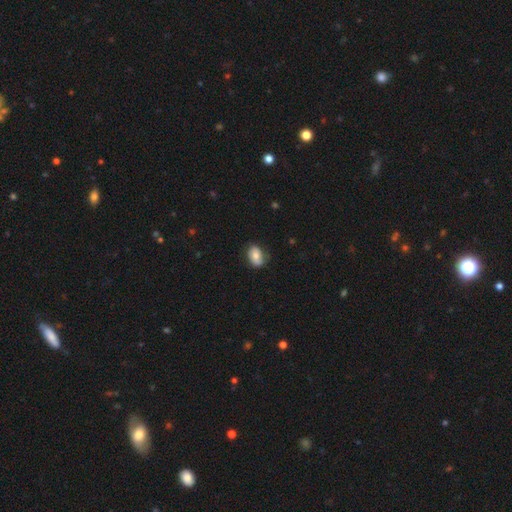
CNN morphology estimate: Overall: smooth (68%). How rounded: in between (80%). Merging: none (69%).